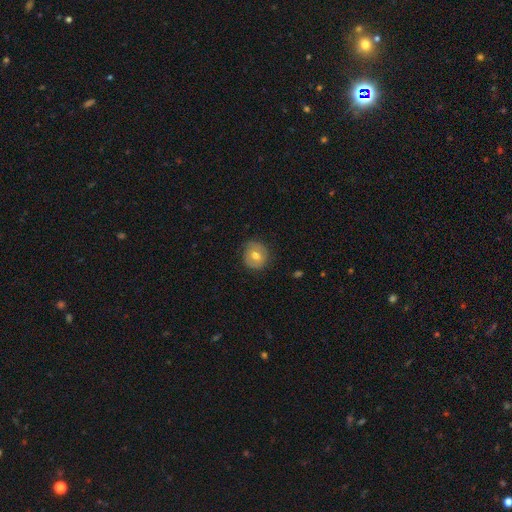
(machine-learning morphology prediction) Smooth or featured?
  - smooth: 65% *
  - featured or disk: 27%
  - star or artifact: 8%
How rounded?
  - round: 88% *
  - in between: 11%
  - cigar-shaped: 1%
Merging?
  - none: 82% *
  - minor disturbance: 14%
  - major disturbance: 3%
  - merger: 1%